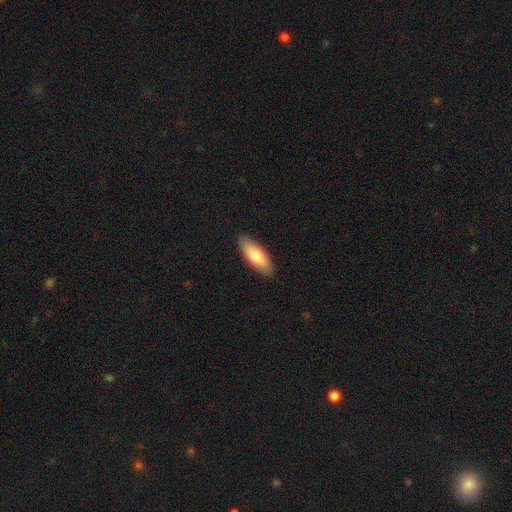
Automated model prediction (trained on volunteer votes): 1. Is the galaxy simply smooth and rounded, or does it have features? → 82% smooth, 13% featured or disk, 5% star or artifact.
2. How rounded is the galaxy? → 69% in between, 30% cigar-shaped, 2% round.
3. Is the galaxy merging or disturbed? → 87% none, 10% minor disturbance, 2% major disturbance, 1% merger.